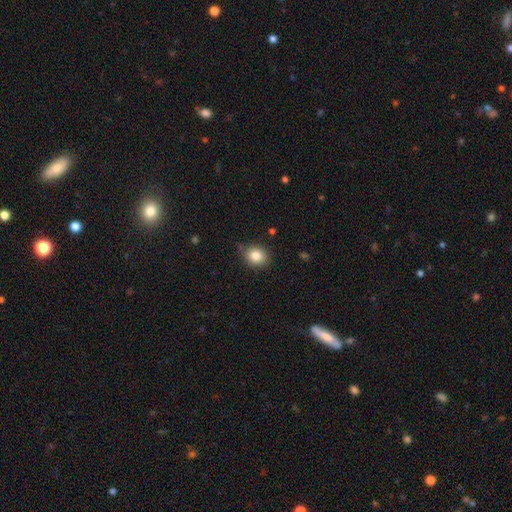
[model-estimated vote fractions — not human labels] smooth 84%, star or artifact 10%, featured or disk 6%. Down the decision tree: how rounded — round (70%); merging — none (83%).